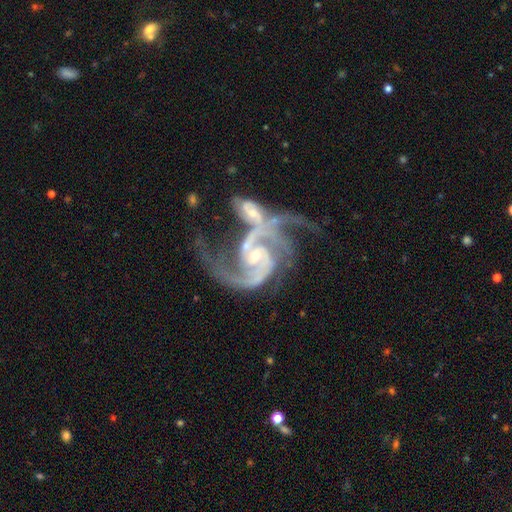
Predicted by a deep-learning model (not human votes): smooth-or-featured: featured or disk: 93% | star or artifact: 5% | smooth: 2%
  disk-edge-on: no: 98% | yes: 2%
    bar: no: 43% | weak: 39% | strong: 17%
    has-spiral-arms: yes: 98% | no: 2%
      spiral-winding: medium: 56% | tight: 24% | loose: 21%
      spiral-arm-count: 2: 72% | 3: 12% | can't tell: 6% | 4: 4% | 1: 3% | more than 4: 3%
    bulge-size: small: 60% | moderate: 34% | none: 3% | large: 2% | dominant: 1%
  merging: merger: 51% | none: 20% | major disturbance: 17% | minor disturbance: 11%